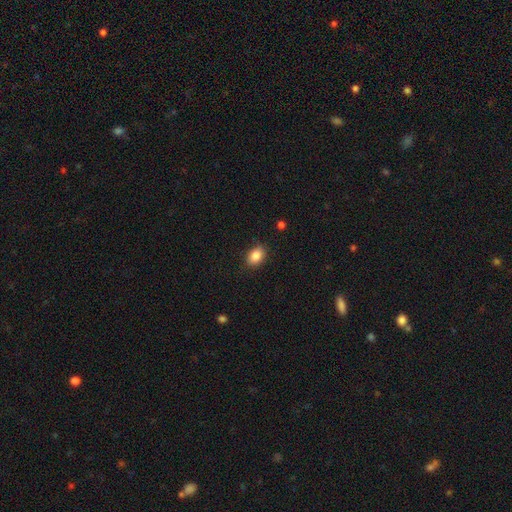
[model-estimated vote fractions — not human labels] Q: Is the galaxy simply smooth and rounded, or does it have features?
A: smooth — 87%.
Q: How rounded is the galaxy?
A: in between — 82%.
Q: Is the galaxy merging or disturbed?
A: none — 85%.